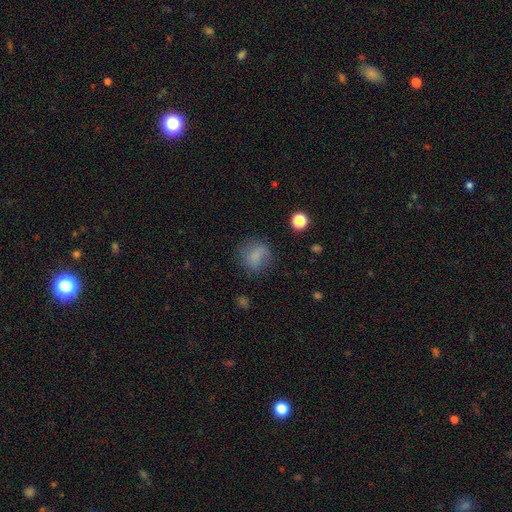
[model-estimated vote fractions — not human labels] This is likely a smooth galaxy (75%). How rounded: likely round (68%). Merging: likely none (69%).